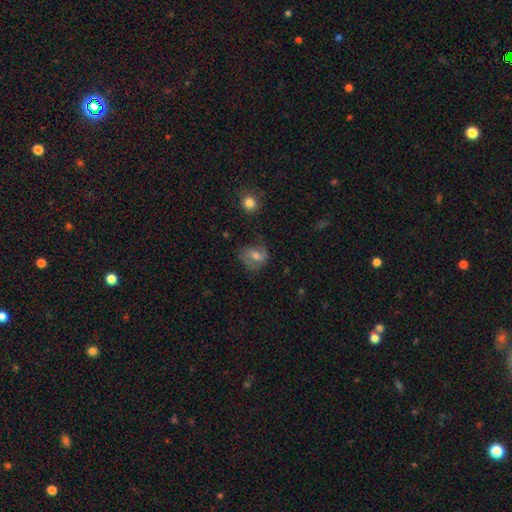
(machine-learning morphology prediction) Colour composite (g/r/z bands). It shows a featured or disk galaxy (47%). Merging: none (50%).